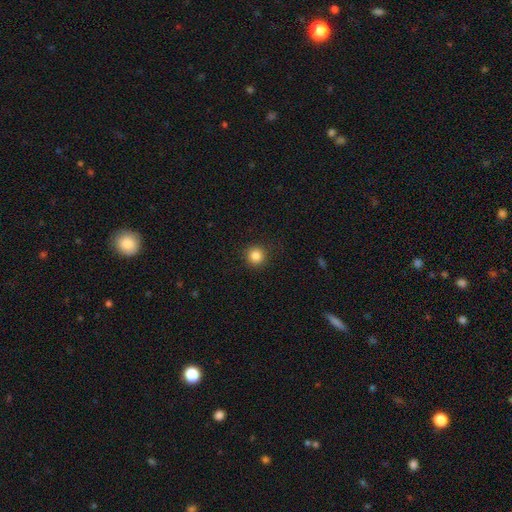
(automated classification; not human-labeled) Smooth or featured? smooth (85%)
How rounded? round (94%)
Merging? none (91%)